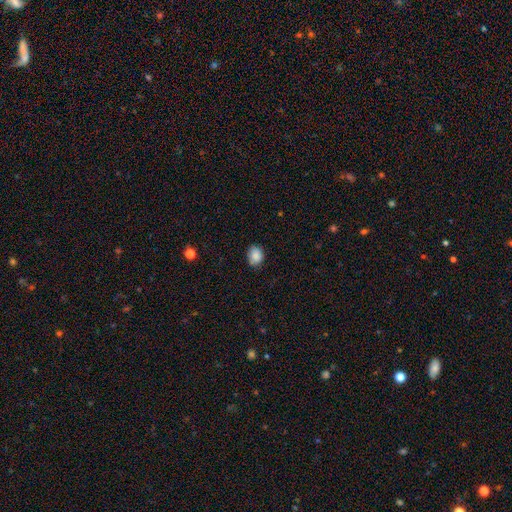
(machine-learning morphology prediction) type=smooth (86%); roundness=round (50%); merging=none (74%).